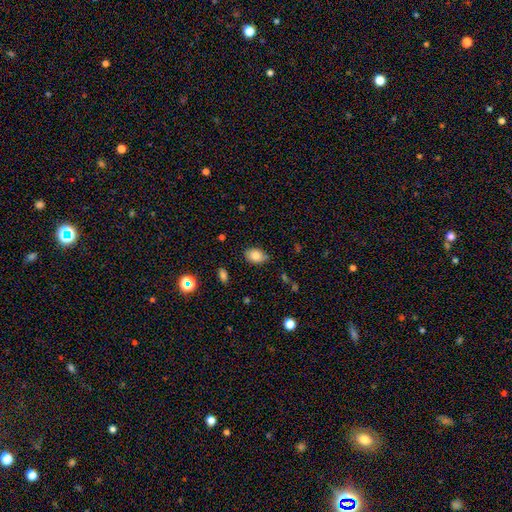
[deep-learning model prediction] Morphology: type=smooth (82%); roundness=in between (83%); merging=none (76%).